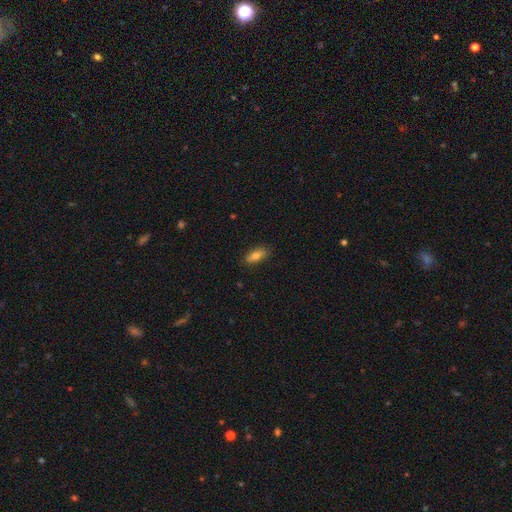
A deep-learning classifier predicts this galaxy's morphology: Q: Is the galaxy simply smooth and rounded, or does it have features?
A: smooth — 77%.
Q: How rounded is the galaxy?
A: in between — 75%.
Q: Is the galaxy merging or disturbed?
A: none — 84%.